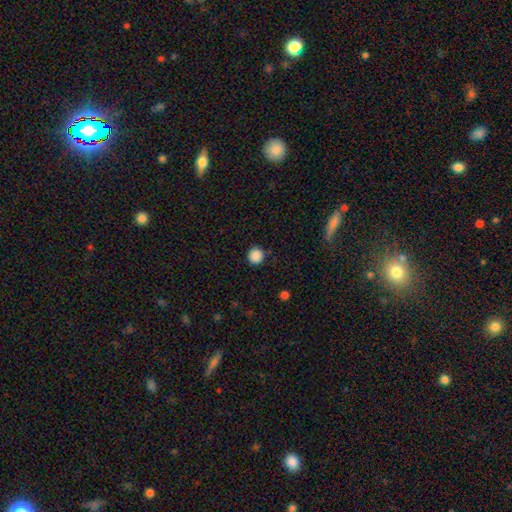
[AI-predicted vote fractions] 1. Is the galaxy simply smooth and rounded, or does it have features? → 88% smooth, 10% star or artifact, 3% featured or disk.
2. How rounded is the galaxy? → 95% round, 4% in between, 1% cigar-shaped.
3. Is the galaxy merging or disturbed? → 90% none, 6% minor disturbance, 2% major disturbance, 1% merger.